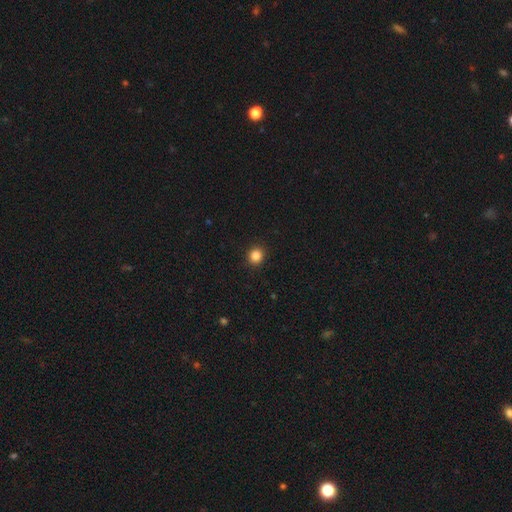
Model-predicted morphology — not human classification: smooth 85%, star or artifact 11%, featured or disk 4%. Down the decision tree: how rounded — round (88%); merging — none (92%).